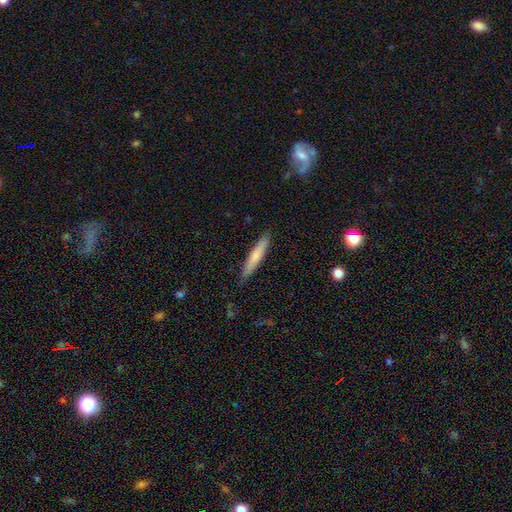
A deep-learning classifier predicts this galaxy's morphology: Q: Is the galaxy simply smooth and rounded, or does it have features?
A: smooth — 71%.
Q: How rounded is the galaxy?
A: cigar-shaped — 93%.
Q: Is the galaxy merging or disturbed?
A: none — 88%.